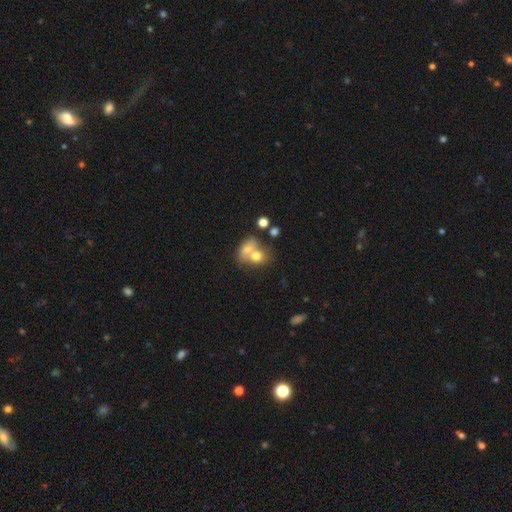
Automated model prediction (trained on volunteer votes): Smooth or featured? smooth (69%)
How rounded? round (50%)
Merging? merger (64%)